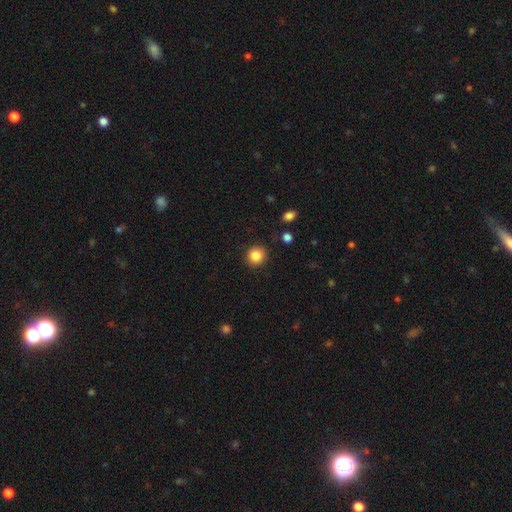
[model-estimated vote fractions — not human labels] A smooth galaxy with no disk features (86%) that is round (92%).

Vote fractions:
- Smooth or featured? smooth: 86% / star or artifact: 10% / featured or disk: 4%
- How rounded? round: 92% / in between: 7% / cigar-shaped: 1%
- Merging? none: 90% / minor disturbance: 6% / major disturbance: 2% / merger: 1%